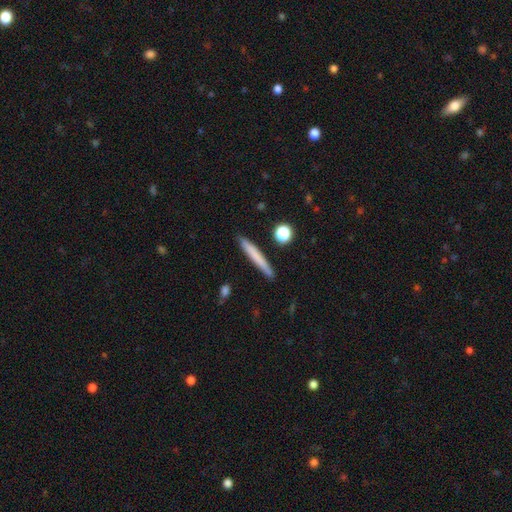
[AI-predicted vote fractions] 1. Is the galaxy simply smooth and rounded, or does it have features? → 71% smooth, 22% featured or disk, 7% star or artifact.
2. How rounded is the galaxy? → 96% cigar-shaped, 3% in between, 2% round.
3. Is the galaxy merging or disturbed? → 89% none, 7% minor disturbance, 2% merger, 2% major disturbance.